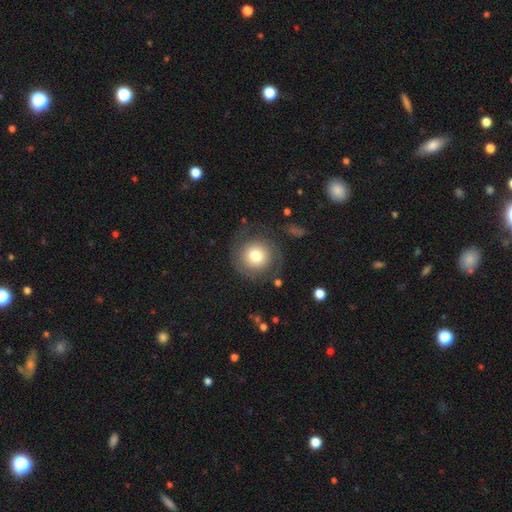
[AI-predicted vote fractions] A smooth galaxy with no disk features (56%) that is round (92%).

Vote fractions:
- Smooth or featured? smooth: 56% / featured or disk: 35% / star or artifact: 9%
- How rounded? round: 92% / in between: 7% / cigar-shaped: 1%
- Merging? none: 72% / minor disturbance: 14% / major disturbance: 13% / merger: 2%